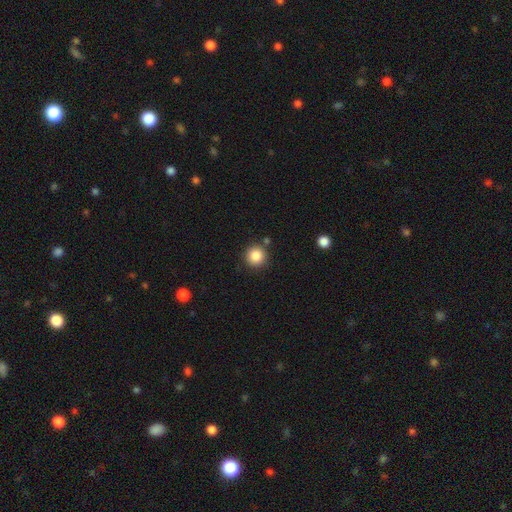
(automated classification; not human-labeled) Smooth or featured? smooth (86%)
How rounded? round (94%)
Merging? none (85%)